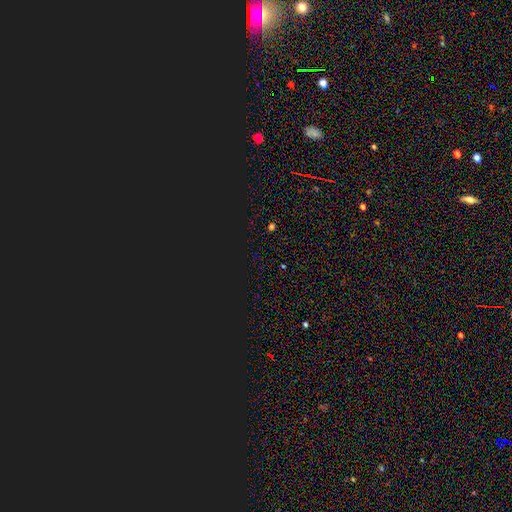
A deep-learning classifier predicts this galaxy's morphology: Smooth or featured?
  - star or artifact: 77% *
  - smooth: 17%
  - featured or disk: 6%